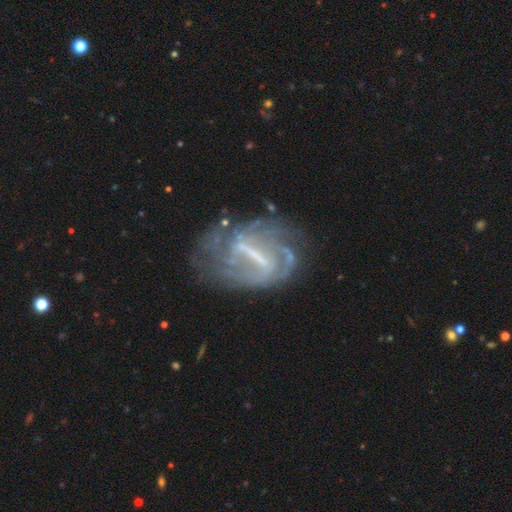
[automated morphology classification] smooth_or_featured: featured or disk (p=0.83) [alt: smooth p=0.09]
disk_edge_on: no (p=0.95) [alt: yes p=0.05]
bar: strong (p=0.66) [alt: weak p=0.26]
has_spiral_arms: yes (p=0.78) [alt: no p=0.22]
spiral_winding: tight (p=0.40) [alt: medium p=0.36]
spiral_arm_count: can't tell (p=0.44) [alt: 2 p=0.27]
bulge_size: none (p=0.37) [alt: small p=0.36]
merging: none (p=0.53) [alt: major disturbance p=0.22]